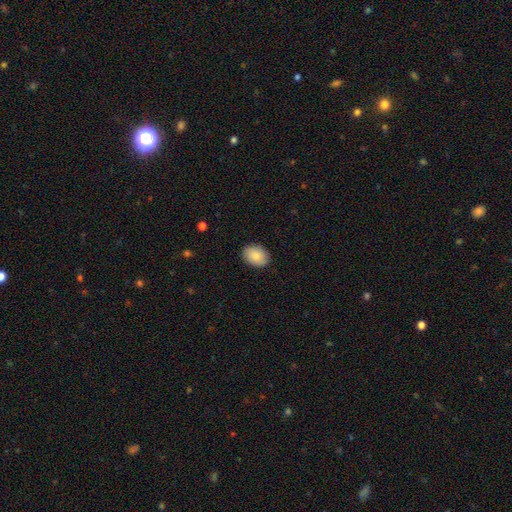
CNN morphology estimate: This is clearly a smooth galaxy (87%). How rounded: likely in between (78%). Merging: clearly none (89%).